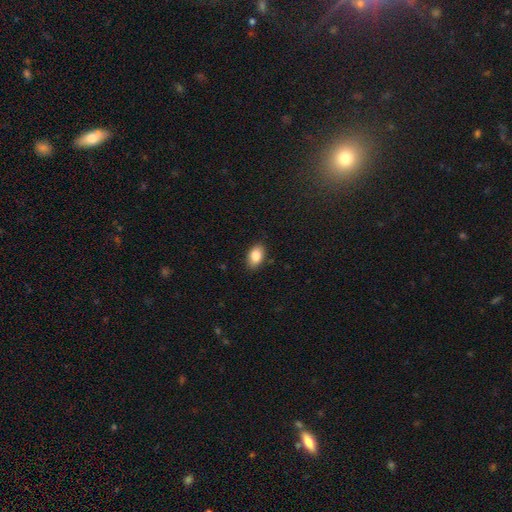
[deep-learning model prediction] Overall: smooth (85%). How rounded: in between (87%). Merging: none (86%).